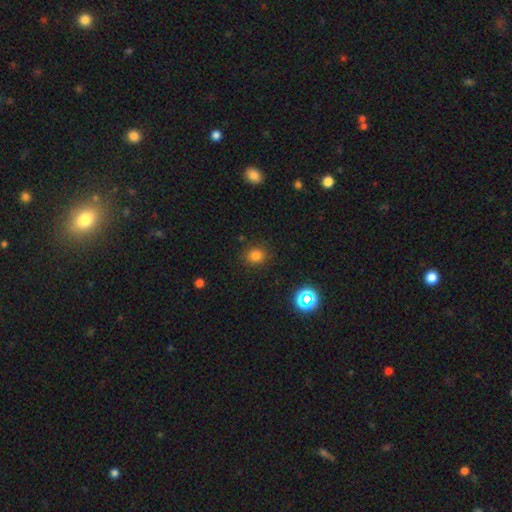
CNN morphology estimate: smooth-or-featured: smooth: 79% | star or artifact: 16% | featured or disk: 5%
  how-rounded: round: 73% | in between: 26% | cigar-shaped: 1%
  merging: none: 86% | minor disturbance: 9% | major disturbance: 3% | merger: 2%